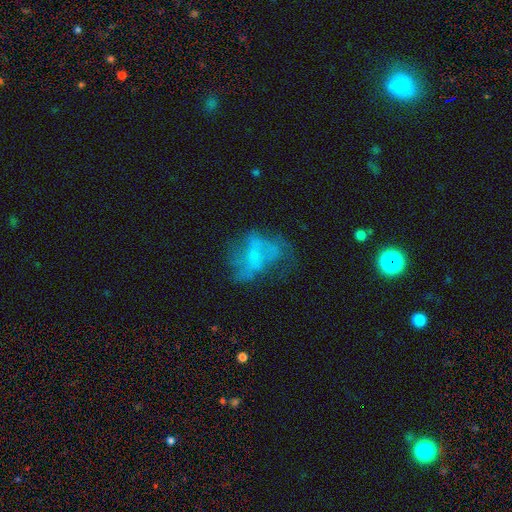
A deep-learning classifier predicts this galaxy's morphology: Smooth or featured?
  - featured or disk: 52% *
  - smooth: 33%
  - star or artifact: 16%
Edge-on disk?
  - no: 97% *
  - yes: 3%
Bar?
  - no: 74% *
  - weak: 20%
  - strong: 6%
Spiral arms?
  - no: 71% *
  - yes: 29%
Bulge size?
  - none: 66% *
  - small: 20%
  - moderate: 10%
  - large: 3%
  - dominant: 1%
Merging?
  - none: 38% *
  - major disturbance: 36%
  - minor disturbance: 20%
  - merger: 6%